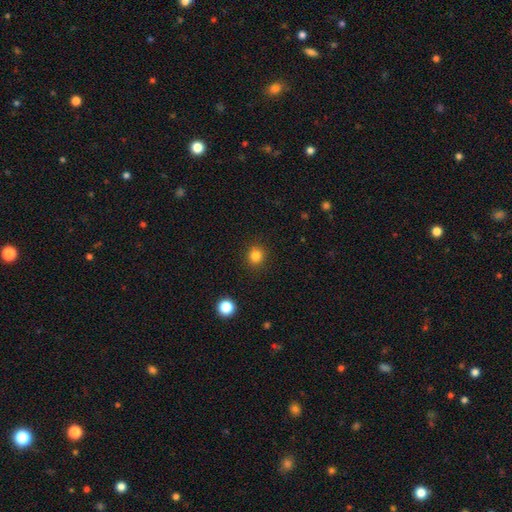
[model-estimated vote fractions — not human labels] A smooth galaxy with no disk features (83%) that is round (89%). Merging: none (91%).